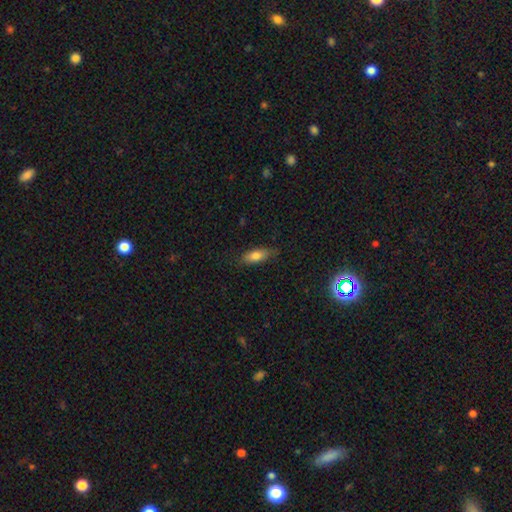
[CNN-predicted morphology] This appears to be a smooth galaxy with no disk features (78%) that is in between round and cigar-shaped (79%). Merging: none (78%).